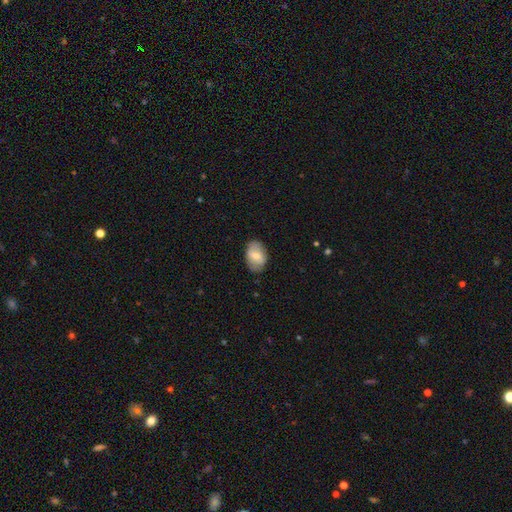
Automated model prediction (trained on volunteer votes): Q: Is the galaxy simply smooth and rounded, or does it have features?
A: smooth — 61%.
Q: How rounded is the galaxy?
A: in between — 84%.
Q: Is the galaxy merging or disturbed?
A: none — 76%.